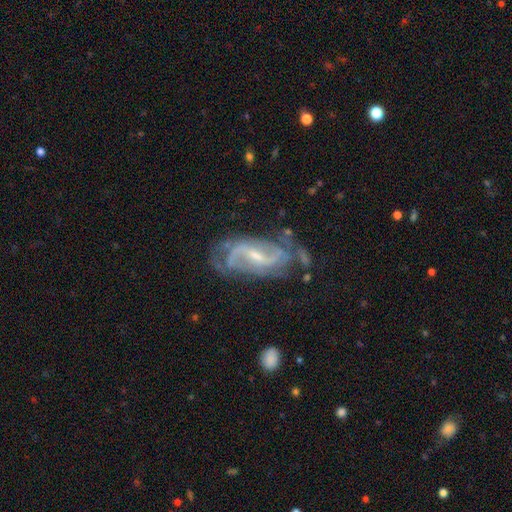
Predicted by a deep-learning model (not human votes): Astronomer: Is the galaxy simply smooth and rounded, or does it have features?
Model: featured or disk — 87%.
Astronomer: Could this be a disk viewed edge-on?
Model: no — 95%.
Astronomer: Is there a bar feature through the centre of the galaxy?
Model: weak — 52% (runner-up: strong, 29%).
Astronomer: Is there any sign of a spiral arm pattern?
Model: yes — 95%.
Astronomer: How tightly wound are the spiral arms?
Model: medium — 47% (runner-up: loose, 27%).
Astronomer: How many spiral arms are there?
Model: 2 — 72%.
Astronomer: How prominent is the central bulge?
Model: small — 58% (runner-up: moderate, 35%).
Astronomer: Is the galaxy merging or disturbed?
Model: none — 62%.